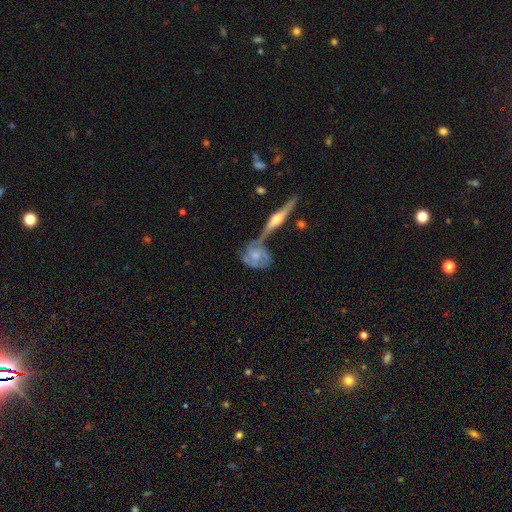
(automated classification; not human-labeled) featured or disk 67%, smooth 28%, star or artifact 5%. Down the decision tree: edge-on disk — no (73%); merging — none (40%).